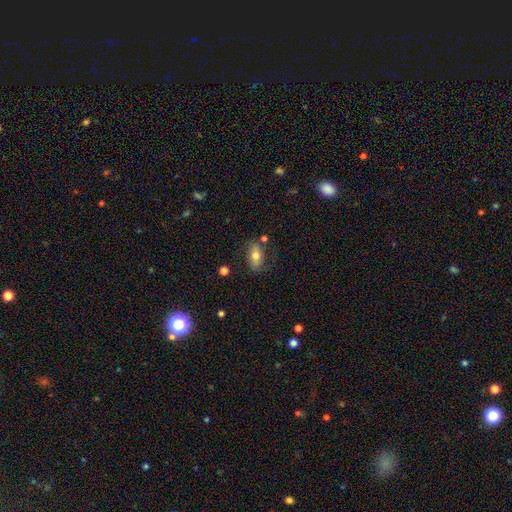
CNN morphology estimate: Overall: smooth (70%). How rounded: in between (88%). Merging: none (69%).